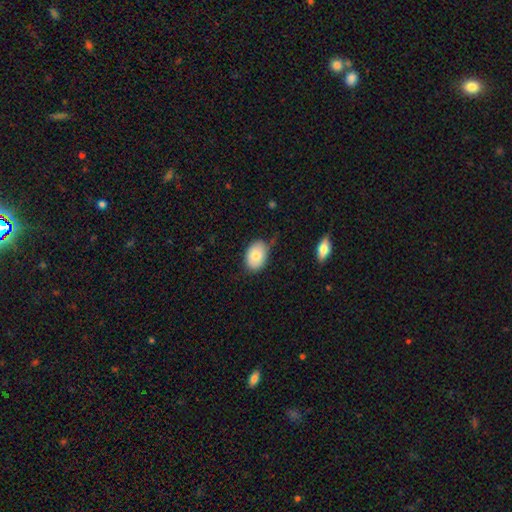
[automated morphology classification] Smooth or featured?
  - smooth: 82% *
  - featured or disk: 12%
  - star or artifact: 7%
How rounded?
  - in between: 82% *
  - round: 17%
  - cigar-shaped: 1%
Merging?
  - none: 68% *
  - minor disturbance: 24%
  - major disturbance: 5%
  - merger: 2%